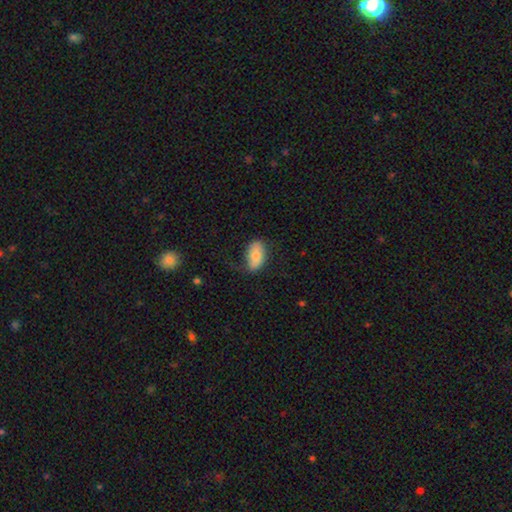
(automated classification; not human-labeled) A smooth galaxy with no disk features (73%) that is in between round and cigar-shaped (93%).

Vote fractions:
- Smooth or featured? smooth: 73% / featured or disk: 20% / star or artifact: 7%
- How rounded? in between: 93% / round: 4% / cigar-shaped: 3%
- Merging? none: 54% / minor disturbance: 31% / major disturbance: 13% / merger: 2%